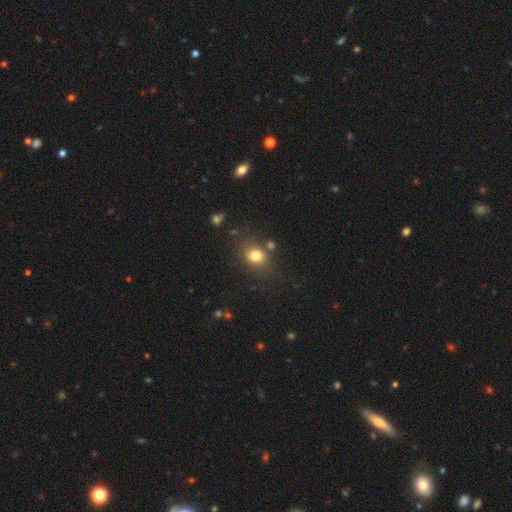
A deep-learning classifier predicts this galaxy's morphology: This is likely a smooth galaxy (78%). How rounded: possibly round (60%). Merging: likely none (76%).